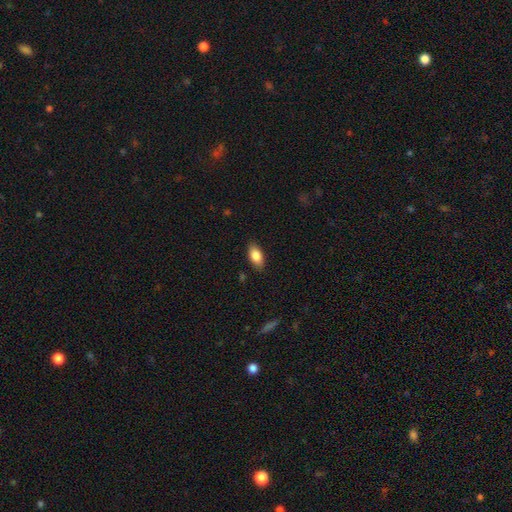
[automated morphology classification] This appears to be a smooth galaxy with no disk features (85%) that is in between round and cigar-shaped (91%). Merging: none (86%).